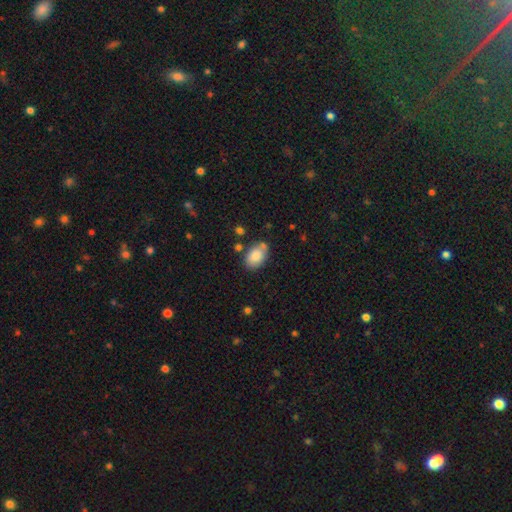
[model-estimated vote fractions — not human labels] Smooth or featured? Predicted: smooth (p=0.84). How rounded? Predicted: in between (p=0.87). Merging? Predicted: none (p=0.65).